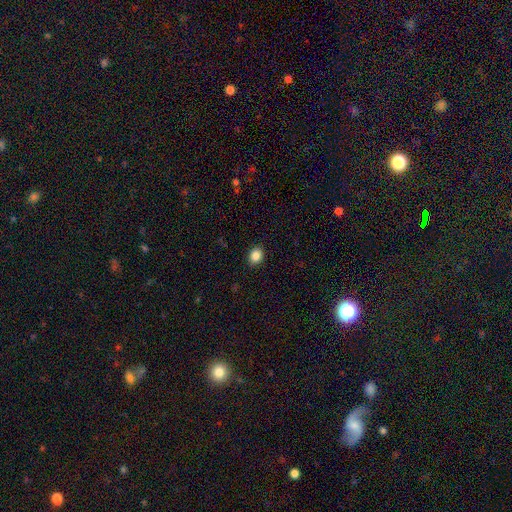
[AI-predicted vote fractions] smooth 86%, star or artifact 9%, featured or disk 4%. Down the decision tree: how rounded — round (50%); merging — none (90%).